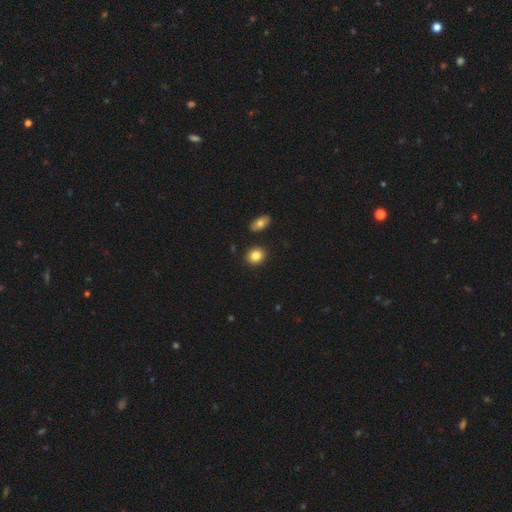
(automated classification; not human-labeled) Smooth or featured?
  - smooth: 84% *
  - star or artifact: 9%
  - featured or disk: 8%
How rounded?
  - round: 63% *
  - in between: 36%
  - cigar-shaped: 1%
Merging?
  - none: 86% *
  - minor disturbance: 8%
  - merger: 4%
  - major disturbance: 2%